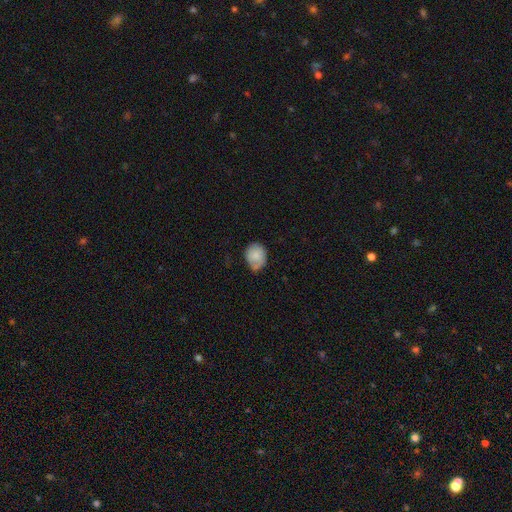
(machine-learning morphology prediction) Smooth or featured?
  - smooth: 76% *
  - featured or disk: 17%
  - star or artifact: 7%
How rounded?
  - round: 51% *
  - in between: 48%
  - cigar-shaped: 1%
Merging?
  - none: 54% *
  - minor disturbance: 35%
  - major disturbance: 8%
  - merger: 3%